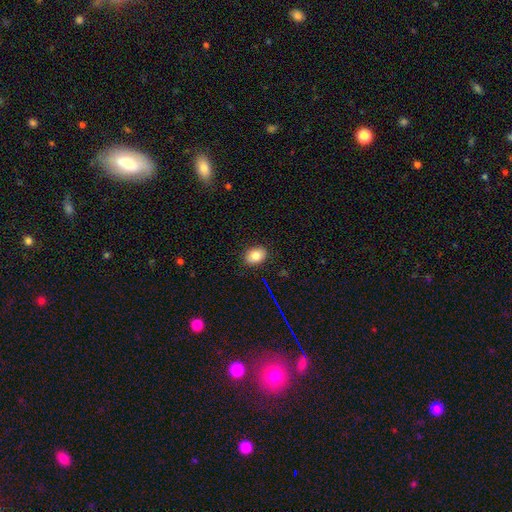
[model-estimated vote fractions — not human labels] Smooth or featured? Predicted: smooth (p=0.82). How rounded? Predicted: in between (p=0.79). Merging? Predicted: none (p=0.87).